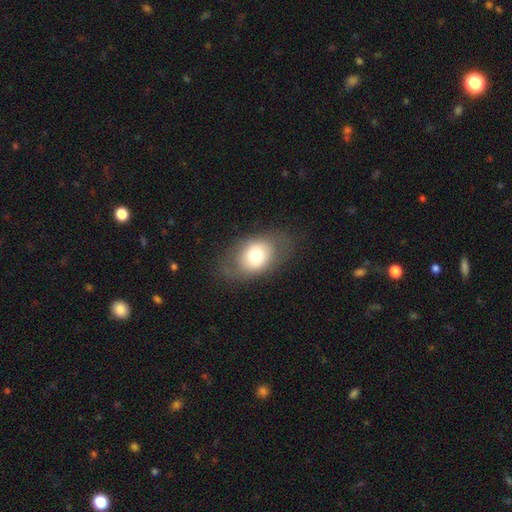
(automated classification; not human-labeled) This appears to be a smooth galaxy with no disk features (68%) that is in between round and cigar-shaped (76%). Merging: none (75%).